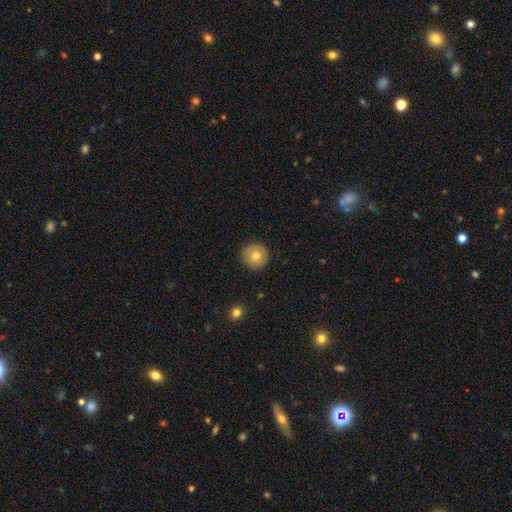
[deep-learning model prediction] smooth-or-featured: smooth: 71% | featured or disk: 20% | star or artifact: 8%
  how-rounded: round: 95% | in between: 4% | cigar-shaped: 1%
  merging: none: 90% | minor disturbance: 7% | major disturbance: 2% | merger: 1%